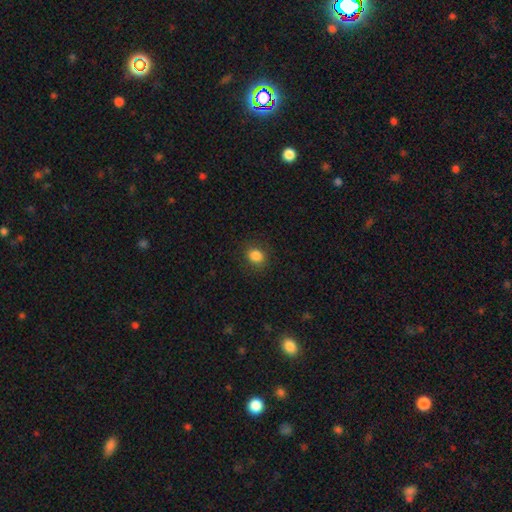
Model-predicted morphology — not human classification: A smooth galaxy with no disk features (85%) that is round (75%).

Vote fractions:
- Smooth or featured? smooth: 85% / star or artifact: 10% / featured or disk: 4%
- How rounded? round: 75% / in between: 24% / cigar-shaped: 1%
- Merging? none: 86% / minor disturbance: 10% / major disturbance: 3% / merger: 1%